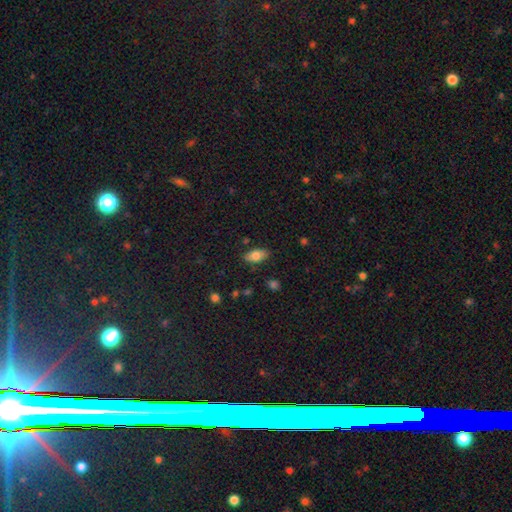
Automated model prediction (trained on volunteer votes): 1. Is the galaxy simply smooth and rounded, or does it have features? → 79% smooth, 14% featured or disk, 8% star or artifact.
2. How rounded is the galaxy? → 90% in between, 6% cigar-shaped, 4% round.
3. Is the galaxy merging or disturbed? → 83% none, 12% minor disturbance, 3% major disturbance, 2% merger.